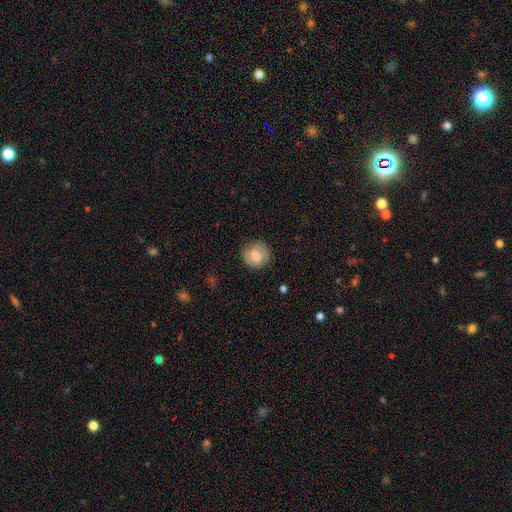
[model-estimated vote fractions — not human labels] A smooth galaxy with no disk features (61%) that is round (86%). Merging: none (77%).